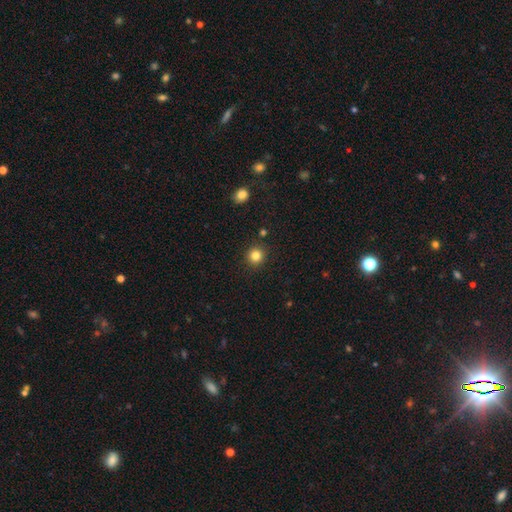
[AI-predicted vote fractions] smooth 83%, star or artifact 12%, featured or disk 5%. Down the decision tree: how rounded — round (93%); merging — none (91%).